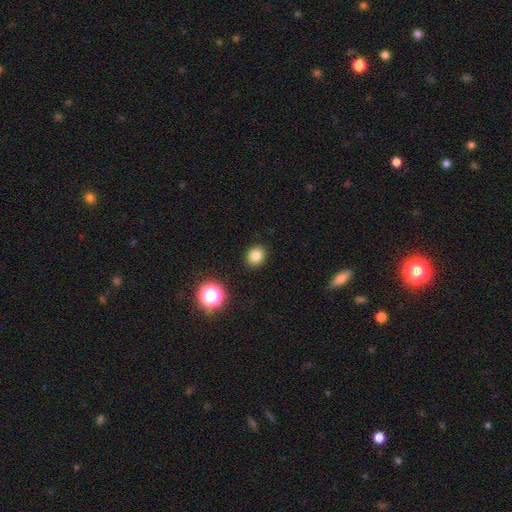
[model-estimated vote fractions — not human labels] Smooth or featured? Predicted: smooth (p=0.81). How rounded? Predicted: round (p=0.69). Merging? Predicted: none (p=0.90).